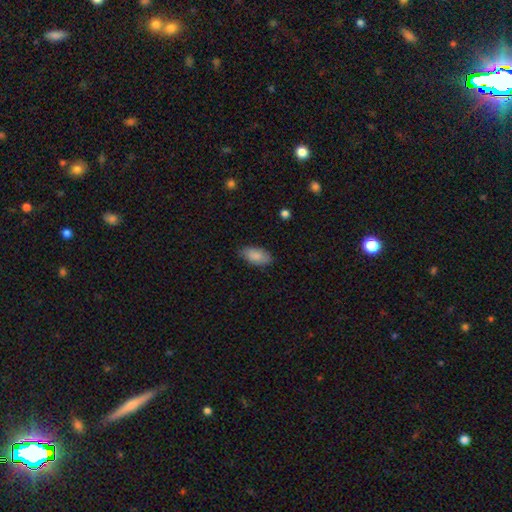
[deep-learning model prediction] Smooth or featured: smooth — 88% (featured or disk — 6%)
How rounded: in between — 92% (cigar-shaped — 5%)
Merging: none — 82% (minor disturbance — 14%)